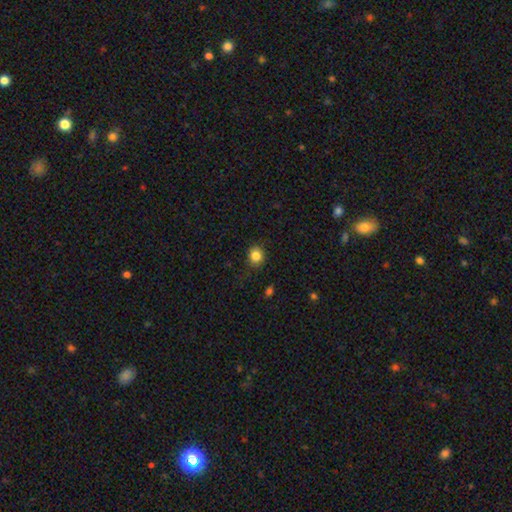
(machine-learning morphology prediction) Smooth or featured? Predicted: smooth (p=0.84). How rounded? Predicted: round (p=0.79). Merging? Predicted: none (p=0.85).